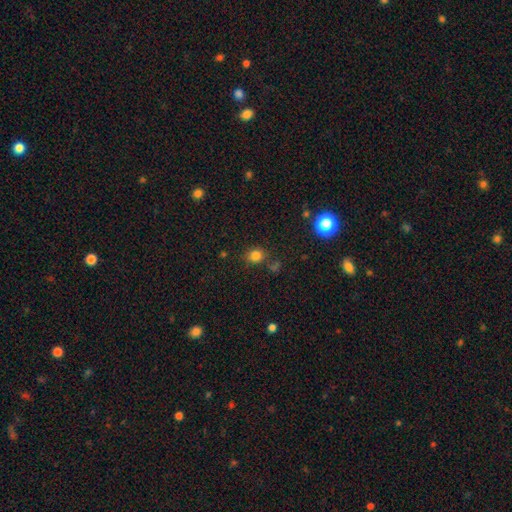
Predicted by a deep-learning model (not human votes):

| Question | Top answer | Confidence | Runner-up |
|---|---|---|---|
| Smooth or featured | smooth | 80% | star or artifact (15%) |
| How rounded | round | 78% | in between (21%) |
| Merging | none | 76% | minor disturbance (13%) |